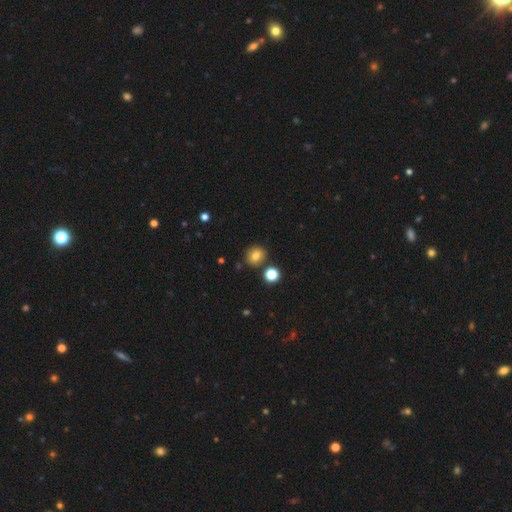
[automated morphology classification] Smooth or featured? smooth (79%)
How rounded? round (80%)
Merging? none (82%)